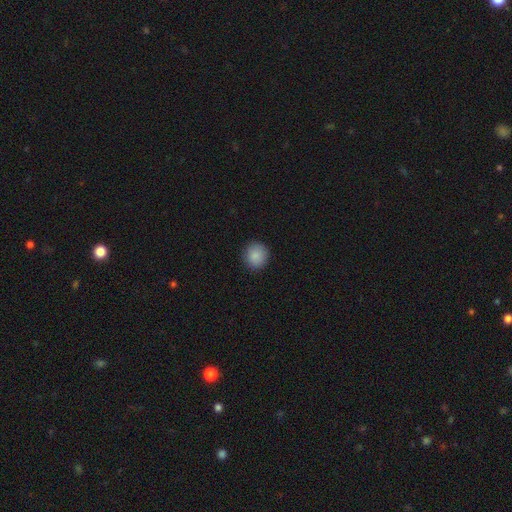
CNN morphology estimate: The model was most divided on "smooth or featured": smooth: 88%, star or artifact: 9%, featured or disk: 3%. More confident: how rounded — round (92%); merging — none (91%).